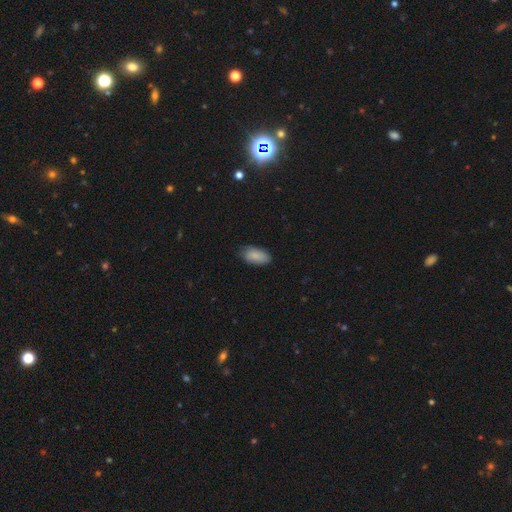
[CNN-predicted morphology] Smooth or featured: smooth — 88% (star or artifact — 6%)
How rounded: in between — 93% (cigar-shaped — 5%)
Merging: none — 80% (minor disturbance — 17%)